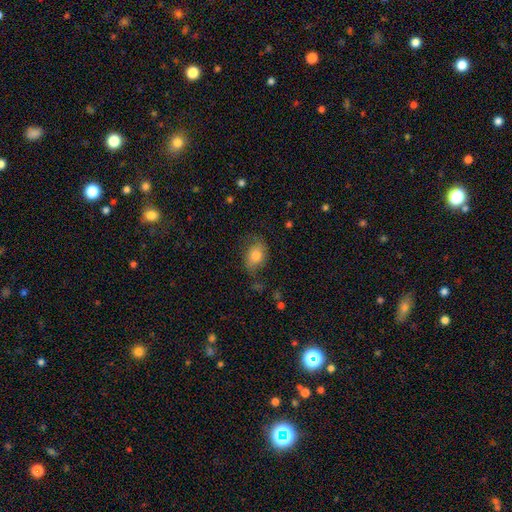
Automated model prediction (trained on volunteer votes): smooth-or-featured: smooth: 75% | featured or disk: 16% | star or artifact: 9%
  how-rounded: in between: 71% | round: 27% | cigar-shaped: 1%
  merging: none: 62% | minor disturbance: 26% | major disturbance: 11% | merger: 2%